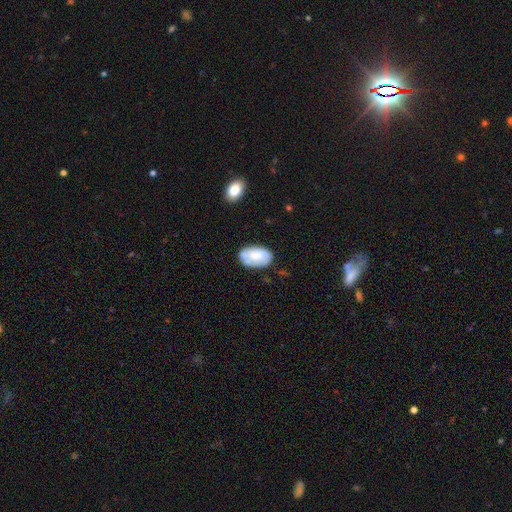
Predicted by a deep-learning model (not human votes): smooth_or_featured: smooth (p=0.60) [alt: featured or disk p=0.33]
how_rounded: in between (p=0.92) [alt: round p=0.06]
merging: none (p=0.63) [alt: minor disturbance p=0.24]